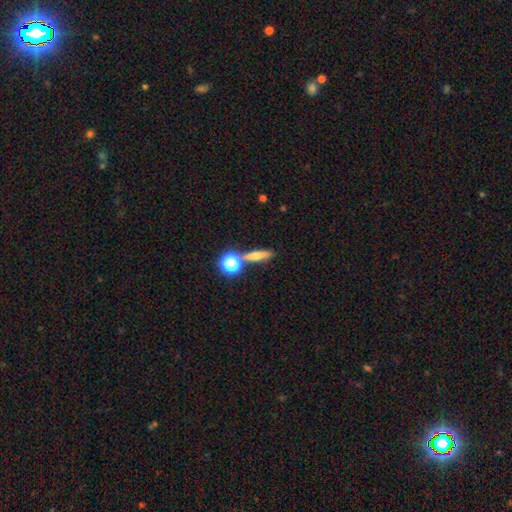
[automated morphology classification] Smooth or featured?
  - smooth: 61% *
  - featured or disk: 24%
  - star or artifact: 16%
How rounded?
  - cigar-shaped: 58% *
  - round: 22%
  - in between: 20%
Merging?
  - none: 72% *
  - merger: 15%
  - minor disturbance: 9%
  - major disturbance: 4%